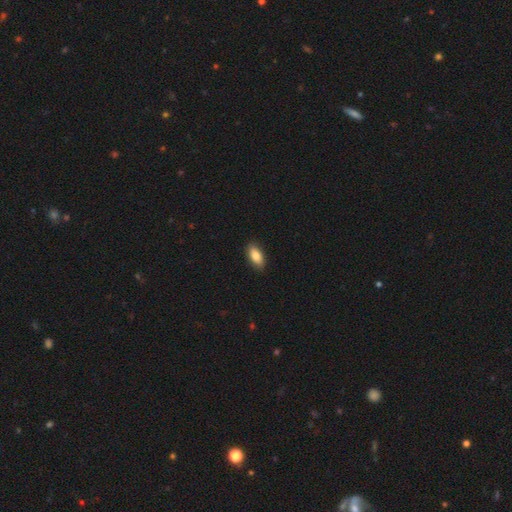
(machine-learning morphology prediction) smooth-or-featured: smooth: 85% | featured or disk: 9% | star or artifact: 6%
  how-rounded: in between: 90% | cigar-shaped: 7% | round: 3%
  merging: none: 87% | minor disturbance: 10% | major disturbance: 2% | merger: 1%